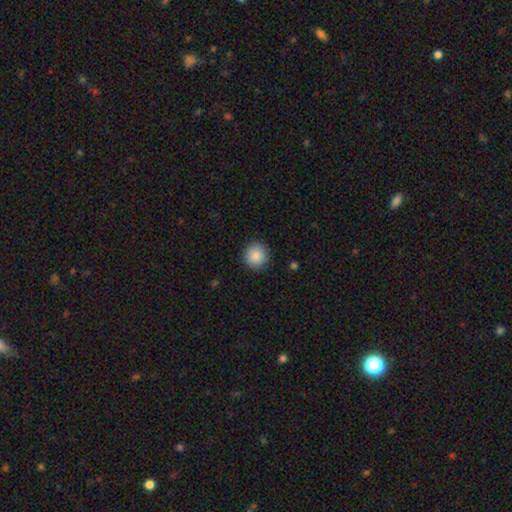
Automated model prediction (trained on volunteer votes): smooth_or_featured: smooth (p=0.88) [alt: star or artifact p=0.08]
how_rounded: round (p=0.94) [alt: in between p=0.05]
merging: none (p=0.90) [alt: minor disturbance p=0.07]